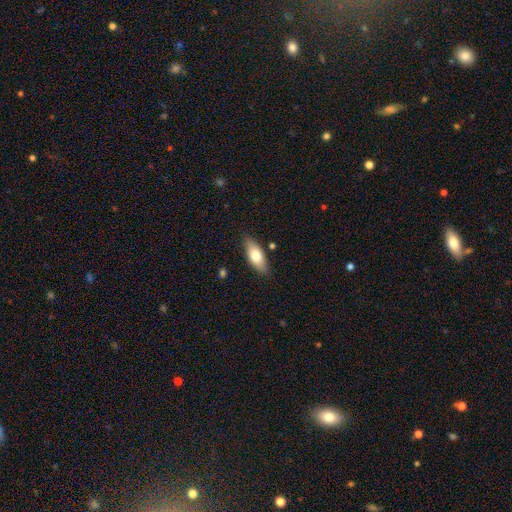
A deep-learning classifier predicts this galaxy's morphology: smooth_or_featured: smooth (p=0.73) [alt: featured or disk p=0.21]
how_rounded: in between (p=0.80) [alt: cigar-shaped p=0.18]
merging: none (p=0.85) [alt: minor disturbance p=0.11]